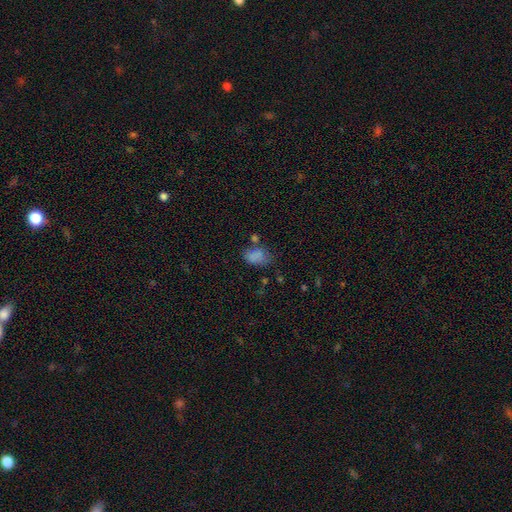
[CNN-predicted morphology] A smooth galaxy with no disk features (78%) that is in between round and cigar-shaped (80%). Merging: none (53%).